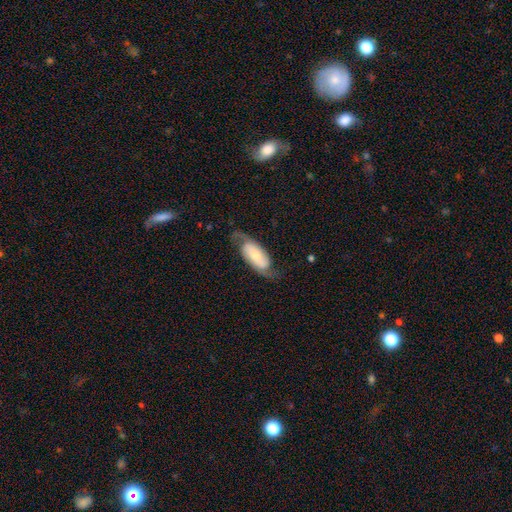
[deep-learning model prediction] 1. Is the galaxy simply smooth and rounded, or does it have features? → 71% featured or disk, 23% smooth, 6% star or artifact.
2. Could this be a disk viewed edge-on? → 93% no, 7% yes.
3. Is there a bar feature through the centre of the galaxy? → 54% no, 30% weak, 17% strong.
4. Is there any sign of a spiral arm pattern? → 92% yes, 8% no.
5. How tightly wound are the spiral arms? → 42% medium, 37% loose, 21% tight.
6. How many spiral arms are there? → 89% 2, 6% can't tell, 3% 1, 1% 3, 1% 4, 1% more than 4.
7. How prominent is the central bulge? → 51% small, 36% moderate, 7% large, 4% none, 3% dominant.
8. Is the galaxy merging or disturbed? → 67% none, 19% minor disturbance, 12% major disturbance, 1% merger.